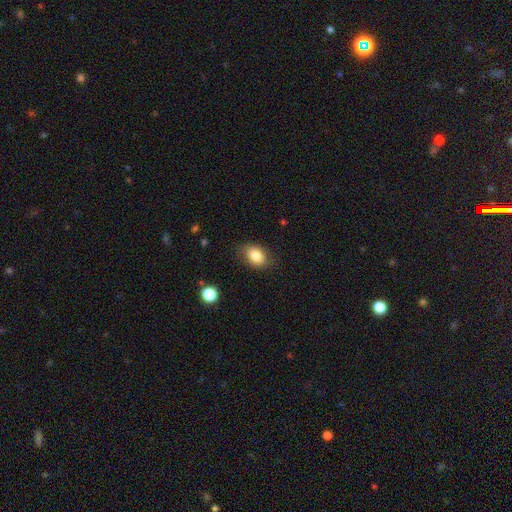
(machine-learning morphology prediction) smooth-or-featured: smooth: 84% | star or artifact: 9% | featured or disk: 8%
  how-rounded: in between: 77% | round: 22% | cigar-shaped: 1%
  merging: none: 80% | minor disturbance: 15% | major disturbance: 4% | merger: 1%